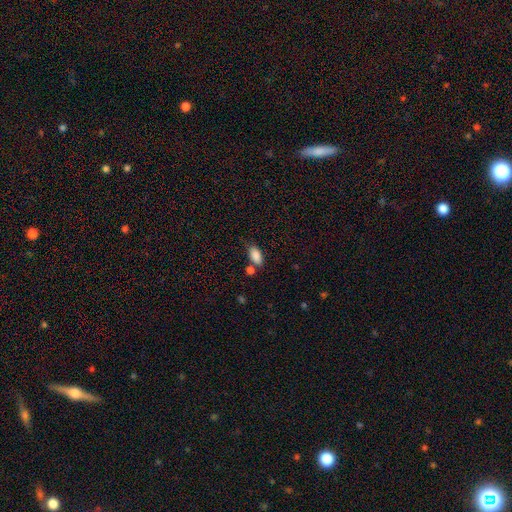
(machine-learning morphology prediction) This appears to be a smooth galaxy with no disk features (86%) that is in between round and cigar-shaped (91%). Merging: none (60%).